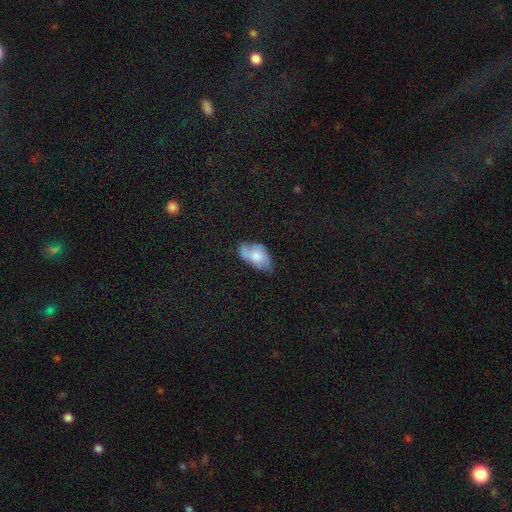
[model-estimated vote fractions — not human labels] This appears to be a smooth galaxy with no disk features (59%) that is in between round and cigar-shaped (93%). Merging: none (49%).